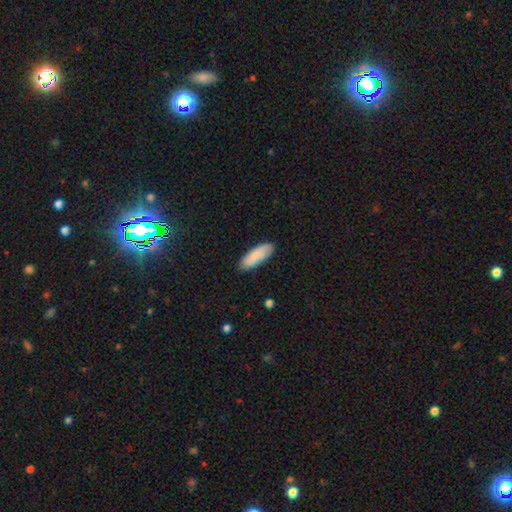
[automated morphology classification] smooth-or-featured: smooth: 80% | featured or disk: 14% | star or artifact: 6%
  how-rounded: in between: 64% | cigar-shaped: 34% | round: 2%
  merging: none: 83% | minor disturbance: 13% | major disturbance: 2% | merger: 2%